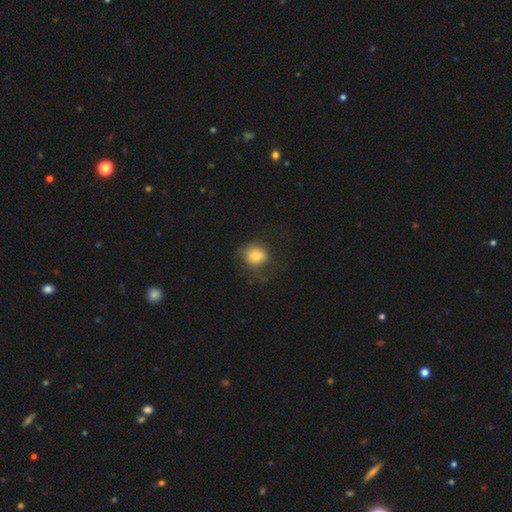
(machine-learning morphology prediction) type=smooth (75%); roundness=round (75%); merging=none (47%).